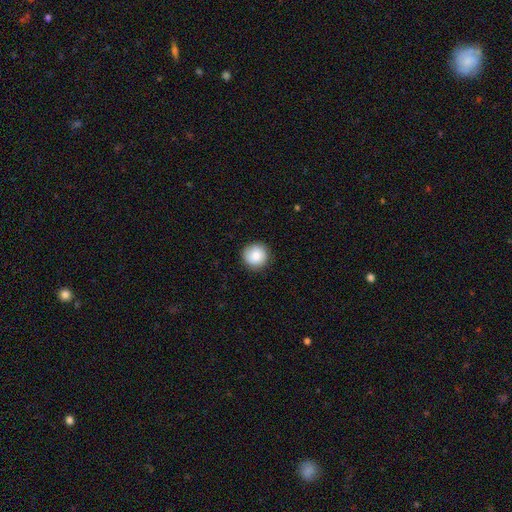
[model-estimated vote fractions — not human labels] This is clearly a smooth galaxy (85%). How rounded: clearly round (95%). Merging: clearly none (88%).